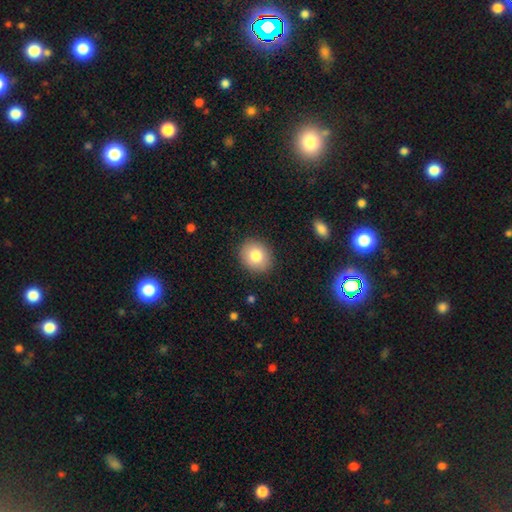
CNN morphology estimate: This appears to be a smooth galaxy with no disk features (81%) that is round (66%). Merging: none (89%).